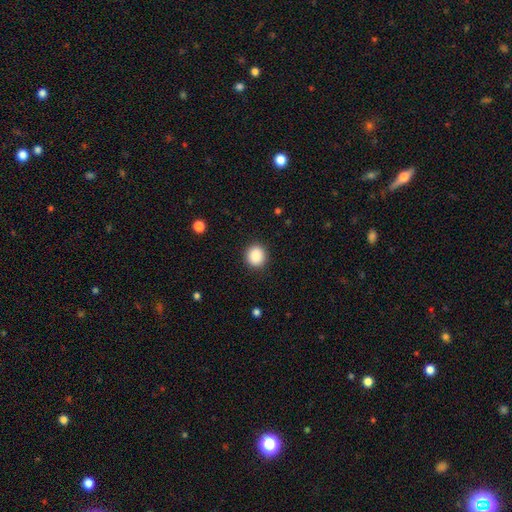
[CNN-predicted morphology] smooth-or-featured: smooth: 89% | star or artifact: 8% | featured or disk: 3%
  how-rounded: round: 89% | in between: 10% | cigar-shaped: 1%
  merging: none: 91% | minor disturbance: 6% | major disturbance: 2% | merger: 1%